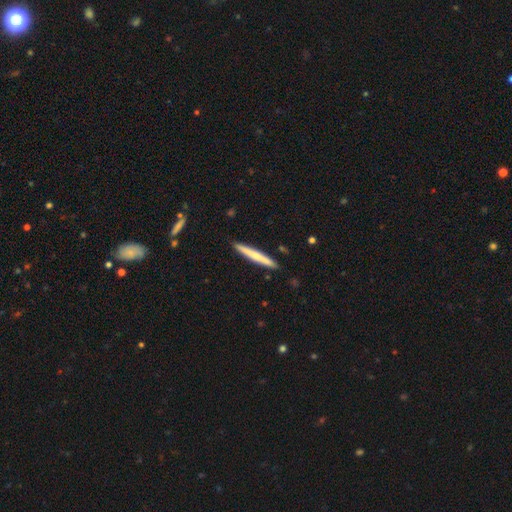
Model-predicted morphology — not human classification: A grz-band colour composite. It shows a smooth galaxy with no disk features (62%) that is cigar-shaped (96%). Merging: none (91%).